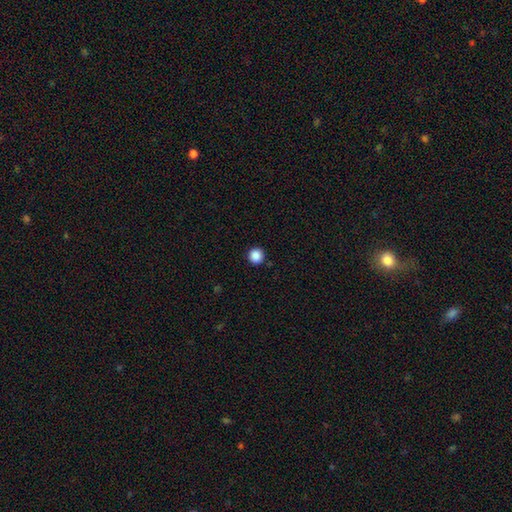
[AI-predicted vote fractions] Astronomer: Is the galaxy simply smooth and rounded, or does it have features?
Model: smooth — 87%.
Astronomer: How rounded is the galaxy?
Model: round — 96%.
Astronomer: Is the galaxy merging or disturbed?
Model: none — 92%.